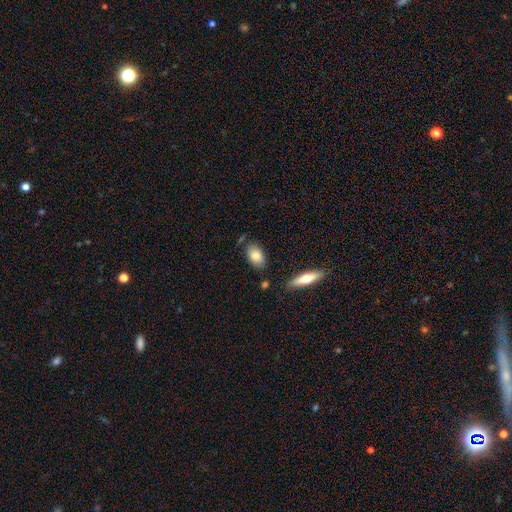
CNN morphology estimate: Smooth or featured?
  - smooth: 80% *
  - featured or disk: 13%
  - star or artifact: 7%
How rounded?
  - in between: 90% *
  - round: 6%
  - cigar-shaped: 4%
Merging?
  - none: 77% *
  - minor disturbance: 15%
  - merger: 5%
  - major disturbance: 3%